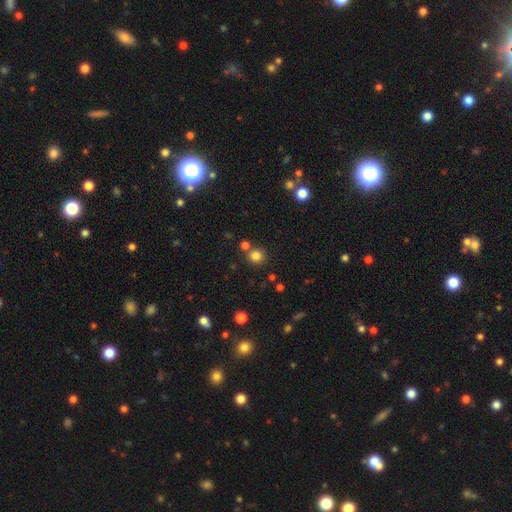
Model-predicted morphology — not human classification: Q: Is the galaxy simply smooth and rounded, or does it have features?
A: smooth — 80%.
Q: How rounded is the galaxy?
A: round — 93%.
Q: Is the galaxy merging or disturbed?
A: none — 78%.